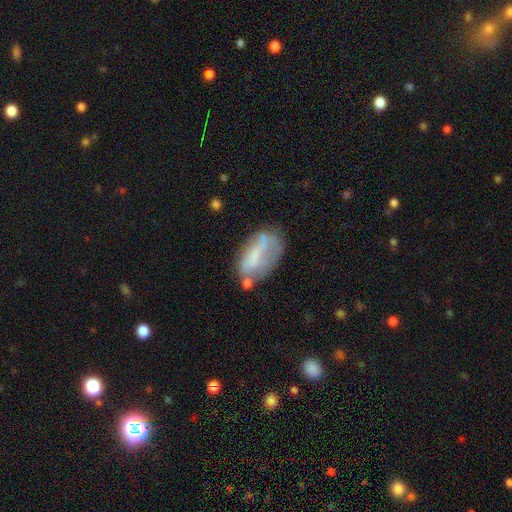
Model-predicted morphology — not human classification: Smooth or featured? Predicted: smooth (p=0.50). How rounded? Predicted: in between (p=0.87). Merging? Predicted: none (p=0.40).